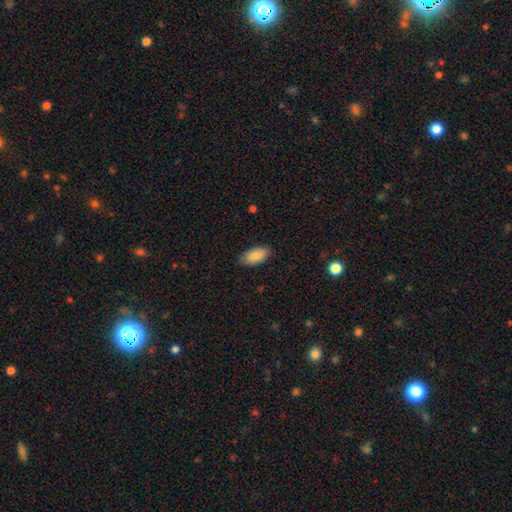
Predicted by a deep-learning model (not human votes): Smooth or featured?
  - smooth: 87% *
  - featured or disk: 7%
  - star or artifact: 6%
How rounded?
  - in between: 93% *
  - cigar-shaped: 5%
  - round: 2%
Merging?
  - none: 86% *
  - minor disturbance: 11%
  - major disturbance: 2%
  - merger: 1%